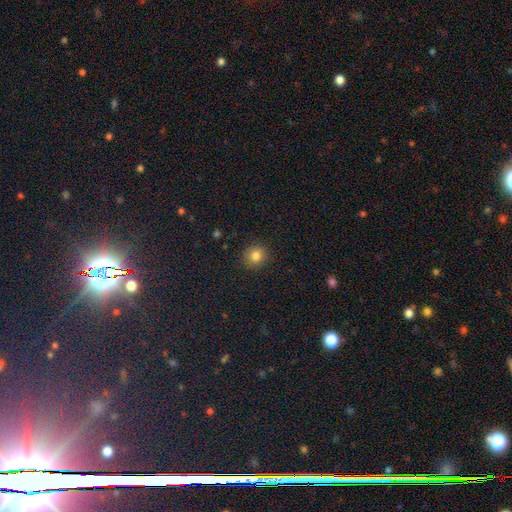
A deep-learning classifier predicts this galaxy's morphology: Overall: smooth (83%). How rounded: round (86%). Merging: none (90%).